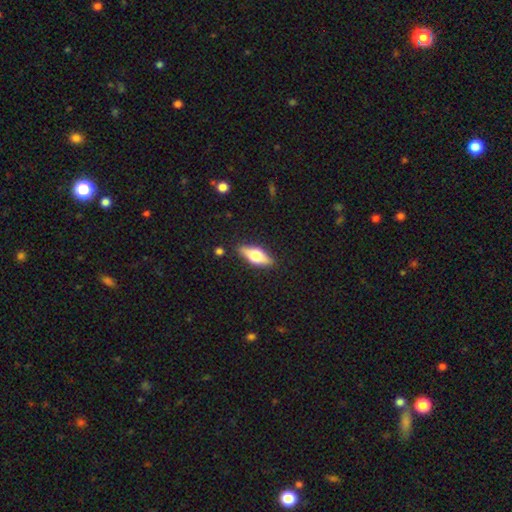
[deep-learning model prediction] Smooth or featured? Predicted: smooth (p=0.52). How rounded? Predicted: in between (p=0.67). Merging? Predicted: none (p=0.85).